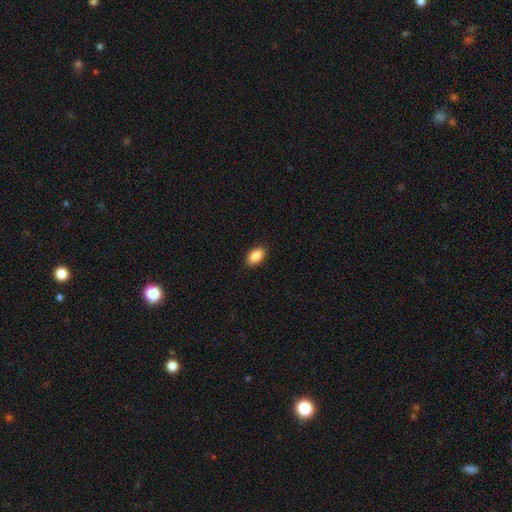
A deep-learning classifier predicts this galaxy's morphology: This appears to be a smooth galaxy with no disk features (89%) that is in between round and cigar-shaped (92%). Merging: none (90%).